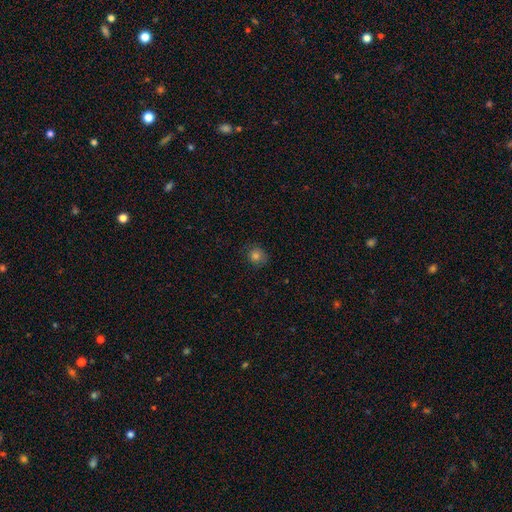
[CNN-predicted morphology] smooth-or-featured: smooth: 78% | star or artifact: 14% | featured or disk: 8%
  how-rounded: round: 80% | in between: 19% | cigar-shaped: 1%
  merging: none: 77% | minor disturbance: 17% | major disturbance: 5% | merger: 1%